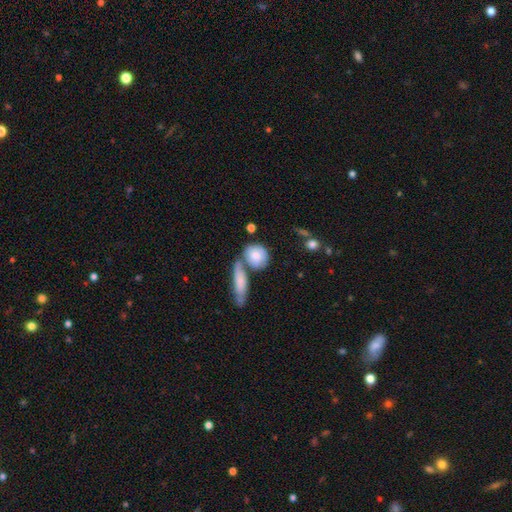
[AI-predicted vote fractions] Smooth or featured: smooth — 74% (featured or disk — 19%)
How rounded: round — 67% (in between — 26%)
Merging: none — 46% (merger — 34%)